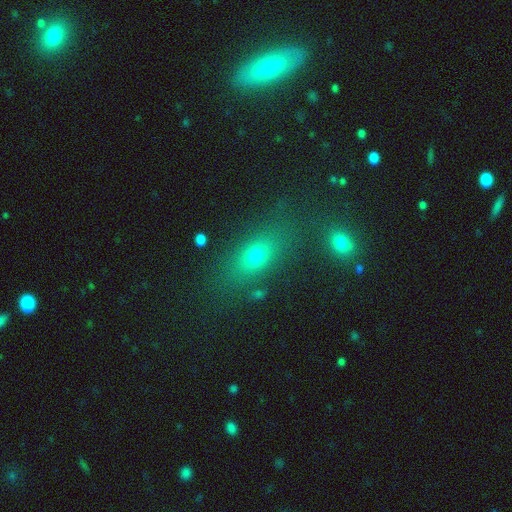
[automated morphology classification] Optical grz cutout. It shows a smooth galaxy with no disk features (67%) that is in between round and cigar-shaped (65%). Merging: none (73%).